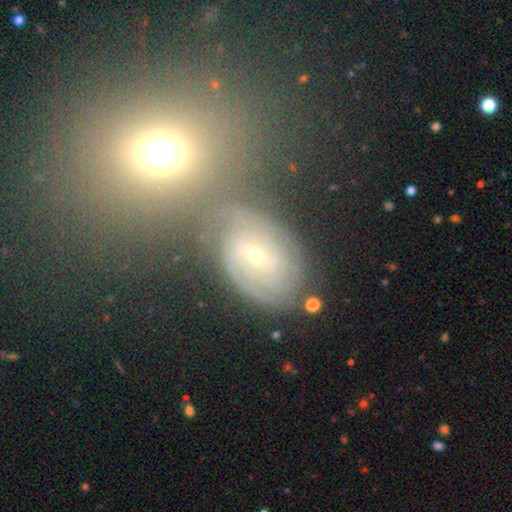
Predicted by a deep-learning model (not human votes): A featured or disk galaxy (78%) with a weak bar (49%), tight (73%) spiral arms (95%) and a small central bulge (72%). Merging: none (64%).